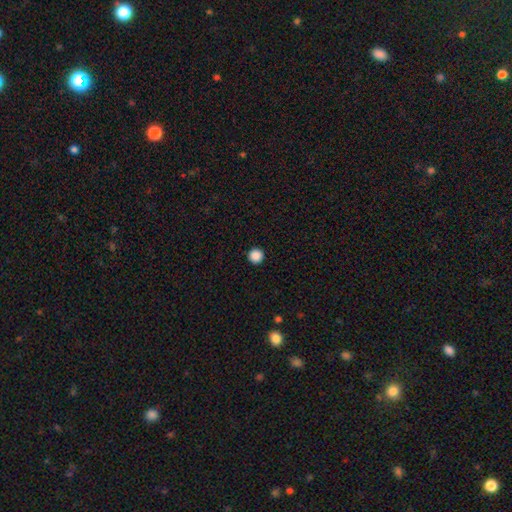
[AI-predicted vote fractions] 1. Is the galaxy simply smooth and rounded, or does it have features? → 88% smooth, 10% star or artifact, 2% featured or disk.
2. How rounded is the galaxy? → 97% round, 2% in between, 1% cigar-shaped.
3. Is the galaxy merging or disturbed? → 94% none, 4% minor disturbance, 1% major disturbance, 1% merger.